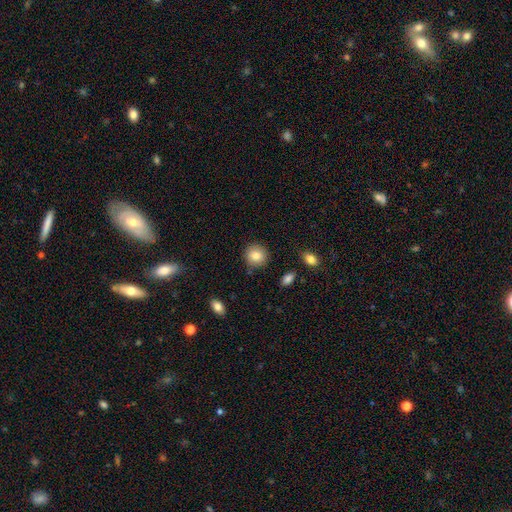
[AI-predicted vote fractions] A smooth galaxy with no disk features (84%) that is round (90%).

Vote fractions:
- Smooth or featured? smooth: 84% / star or artifact: 8% / featured or disk: 8%
- How rounded? round: 90% / in between: 9% / cigar-shaped: 1%
- Merging? none: 87% / minor disturbance: 9% / merger: 2% / major disturbance: 2%